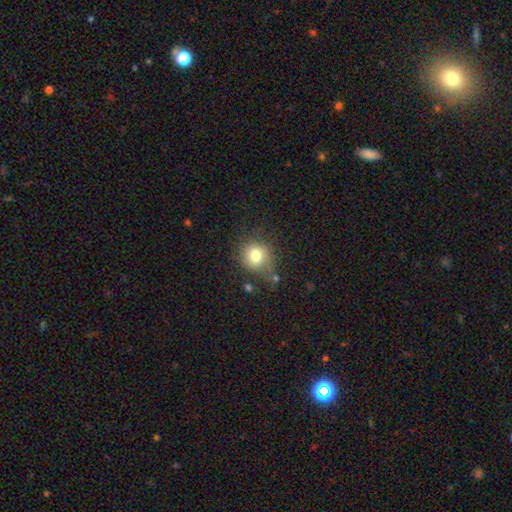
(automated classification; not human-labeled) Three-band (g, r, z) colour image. It shows a smooth galaxy with no disk features (78%) that is round (85%). Merging: none (60%).